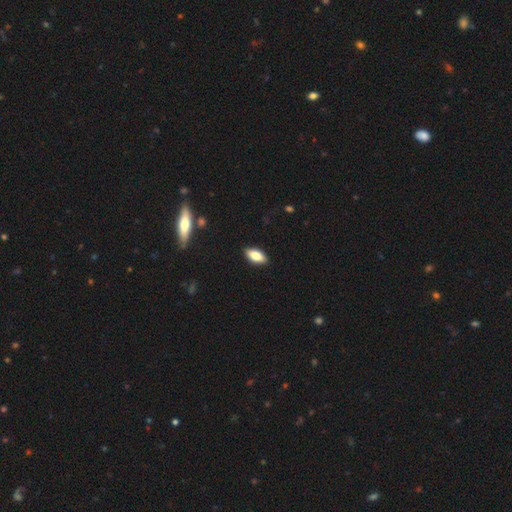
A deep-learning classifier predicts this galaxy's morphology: A smooth galaxy with no disk features (77%) that is in between round and cigar-shaped (87%). Merging: none (89%).